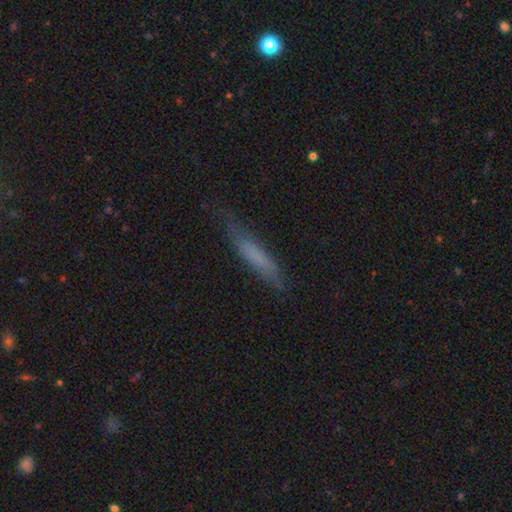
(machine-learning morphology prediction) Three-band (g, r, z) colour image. It shows a smooth galaxy with no disk features (61%) that is cigar-shaped (88%). Merging: none (65%).